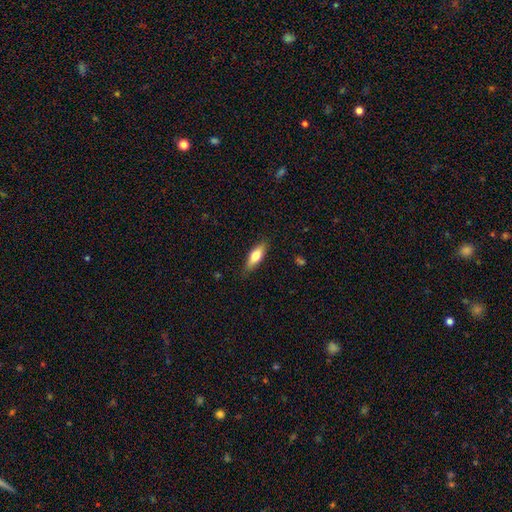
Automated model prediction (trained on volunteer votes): The model was most divided on "how rounded": in between: 59%, cigar-shaped: 38%, round: 3%. More confident: merging — none (84%); smooth or featured — smooth (65%).